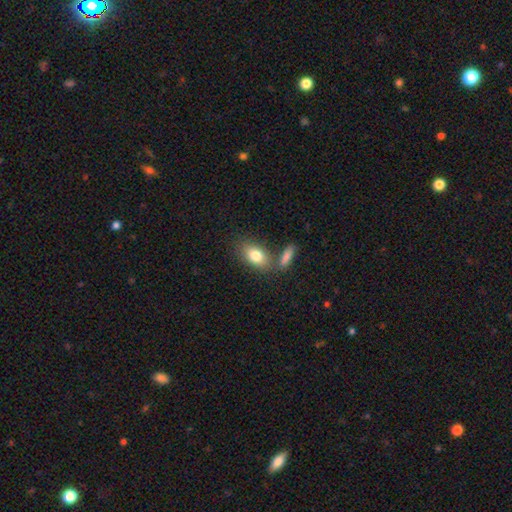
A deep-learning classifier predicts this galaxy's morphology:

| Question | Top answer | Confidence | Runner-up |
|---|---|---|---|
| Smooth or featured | smooth | 79% | featured or disk (14%) |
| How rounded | in between | 87% | round (8%) |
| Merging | none | 61% | merger (23%) |